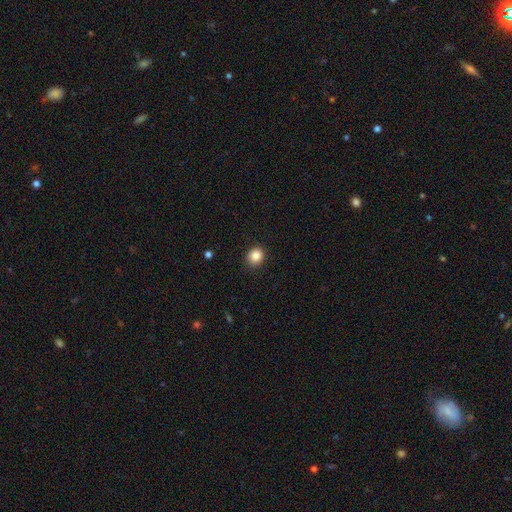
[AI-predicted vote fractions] smooth 86%, star or artifact 10%, featured or disk 4%. Down the decision tree: how rounded — round (72%); merging — none (89%).